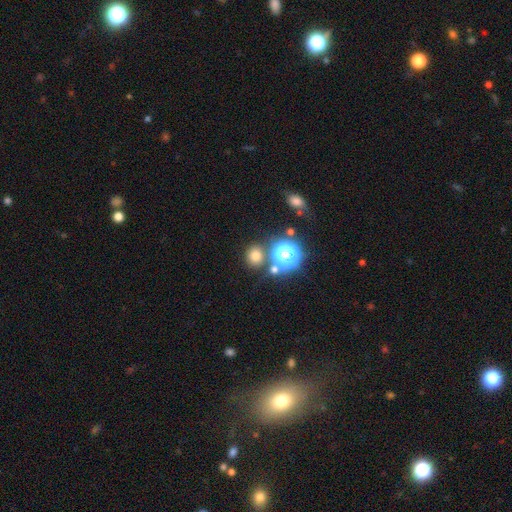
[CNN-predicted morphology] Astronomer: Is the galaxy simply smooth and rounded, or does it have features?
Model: smooth — 72%.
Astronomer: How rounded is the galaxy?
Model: round — 83%.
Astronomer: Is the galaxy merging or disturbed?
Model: none — 75%.